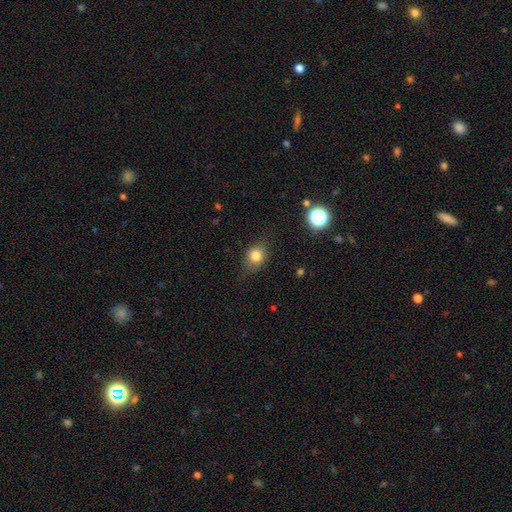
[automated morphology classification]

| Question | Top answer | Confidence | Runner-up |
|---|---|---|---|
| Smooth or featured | smooth | 78% | star or artifact (12%) |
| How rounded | round | 54% | in between (44%) |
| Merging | none | 74% | minor disturbance (19%) |